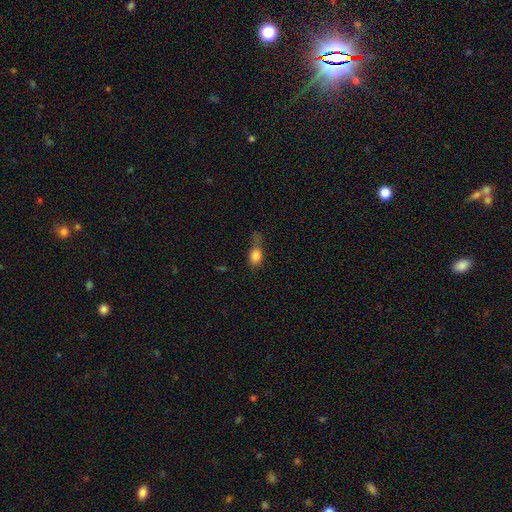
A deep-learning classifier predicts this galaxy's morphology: This is clearly a smooth galaxy (82%). How rounded: likely in between (71%). Merging: marginally none (40%).